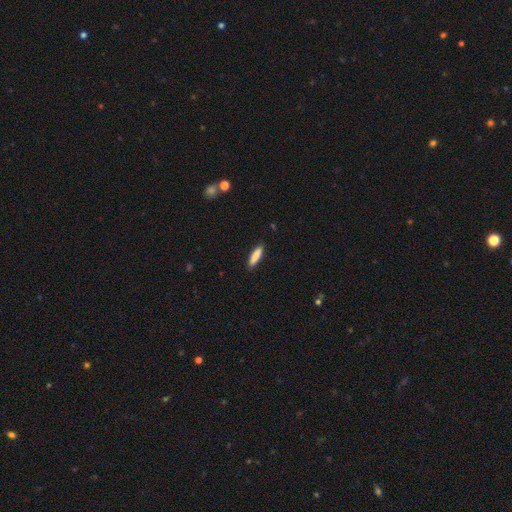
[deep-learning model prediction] Smooth or featured? Predicted: smooth (p=0.86). How rounded? Predicted: cigar-shaped (p=0.74). Merging? Predicted: none (p=0.89).